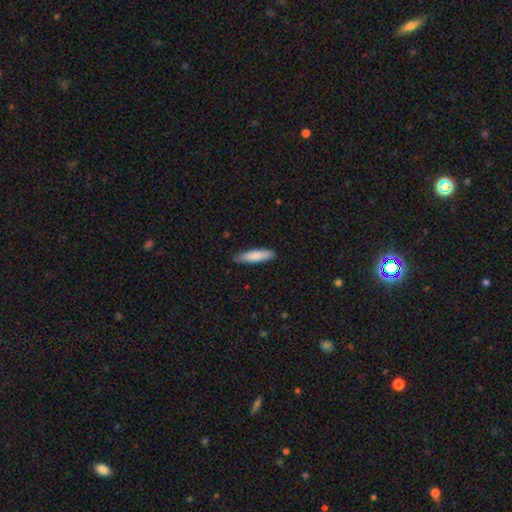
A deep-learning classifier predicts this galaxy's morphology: This is clearly a smooth galaxy (82%). How rounded: likely cigar-shaped (72%). Merging: clearly none (83%).